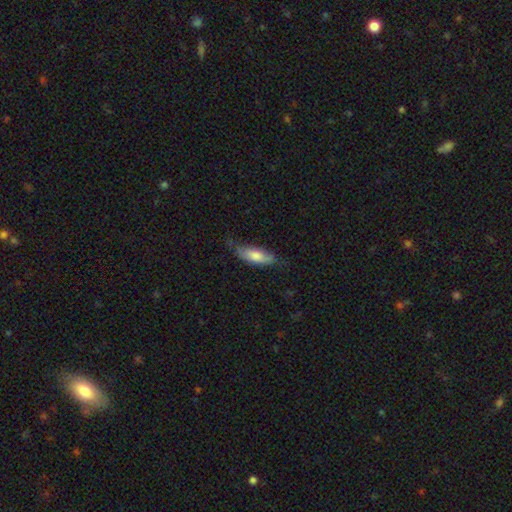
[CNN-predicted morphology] smooth_or_featured: smooth (p=0.73) [alt: featured or disk p=0.21]
how_rounded: in between (p=0.61) [alt: cigar-shaped p=0.37]
merging: none (p=0.62) [alt: minor disturbance p=0.29]